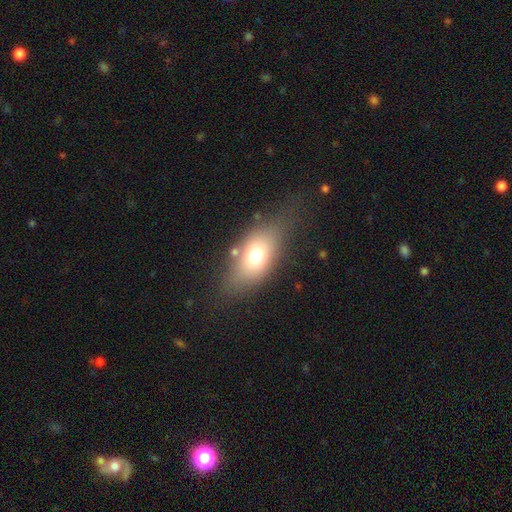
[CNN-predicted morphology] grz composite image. It shows a smooth galaxy with no disk features (69%) that is in between round and cigar-shaped (79%). Merging: none (64%).